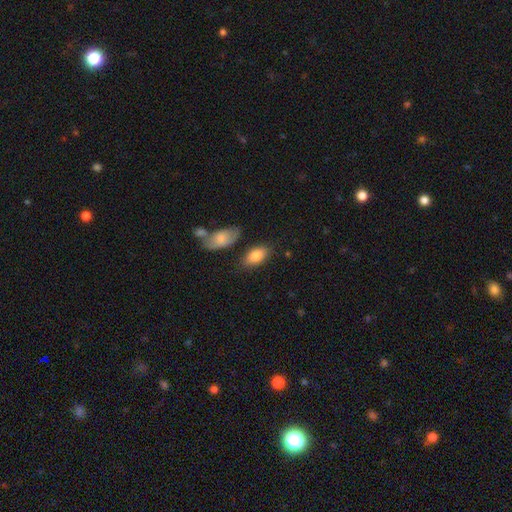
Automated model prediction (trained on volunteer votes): A smooth galaxy with no disk features (81%) that is in between round and cigar-shaped (91%).

Vote fractions:
- Smooth or featured? smooth: 81% / featured or disk: 13% / star or artifact: 7%
- How rounded? in between: 91% / round: 5% / cigar-shaped: 4%
- Merging? none: 76% / minor disturbance: 14% / merger: 6% / major disturbance: 4%